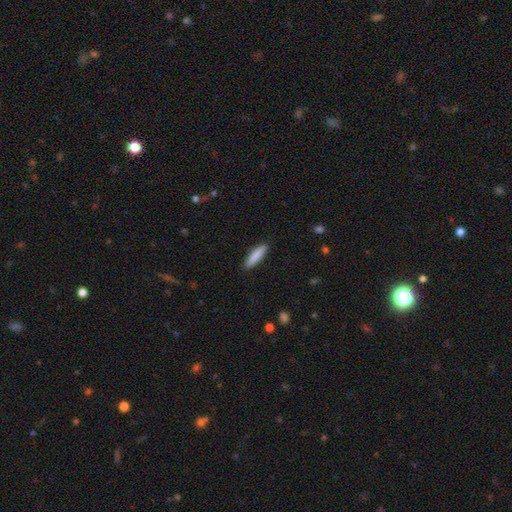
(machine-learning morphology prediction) A smooth galaxy with no disk features (87%) that is cigar-shaped (78%).

Vote fractions:
- Smooth or featured? smooth: 87% / featured or disk: 8% / star or artifact: 6%
- How rounded? cigar-shaped: 78% / in between: 21% / round: 1%
- Merging? none: 90% / minor disturbance: 8% / major disturbance: 2% / merger: 1%